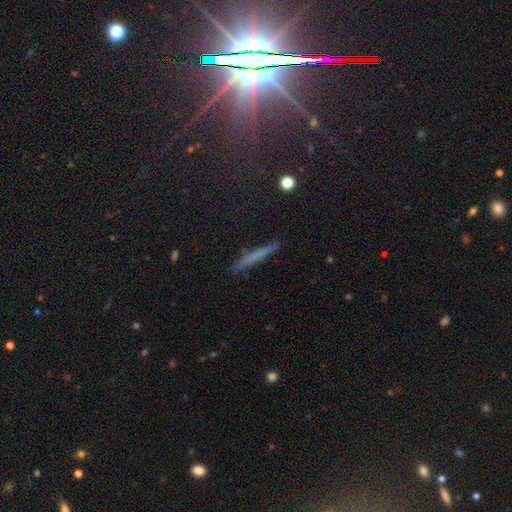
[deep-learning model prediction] A smooth galaxy with no disk features (60%) that is cigar-shaped (95%).

Vote fractions:
- Smooth or featured? smooth: 60% / featured or disk: 31% / star or artifact: 10%
- How rounded? cigar-shaped: 95% / in between: 3% / round: 2%
- Merging? none: 88% / minor disturbance: 8% / major disturbance: 2% / merger: 1%